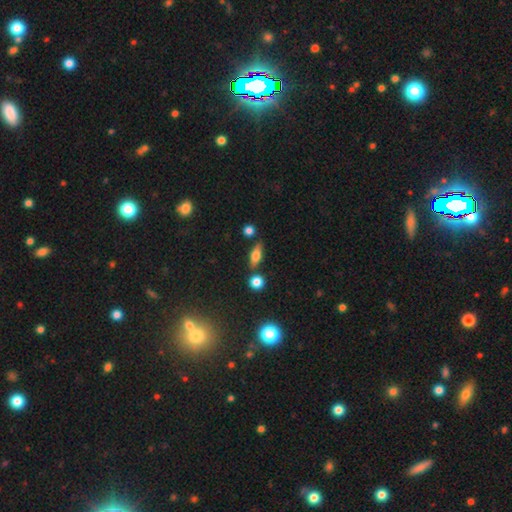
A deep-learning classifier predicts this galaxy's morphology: A smooth galaxy with no disk features (56%) that is in between round and cigar-shaped (60%).

Vote fractions:
- Smooth or featured? smooth: 56% / featured or disk: 34% / star or artifact: 10%
- How rounded? in between: 60% / cigar-shaped: 32% / round: 8%
- Merging? none: 78% / minor disturbance: 11% / merger: 7% / major disturbance: 3%